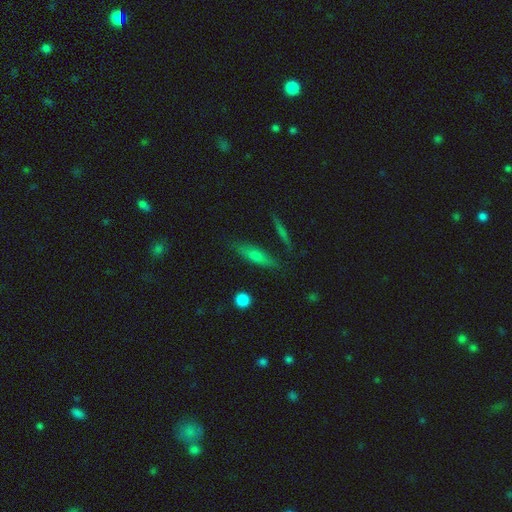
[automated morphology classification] smooth_or_featured: smooth (p=0.53) [alt: featured or disk p=0.36]
how_rounded: cigar-shaped (p=0.71) [alt: in between p=0.25]
merging: none (p=0.80) [alt: minor disturbance p=0.13]